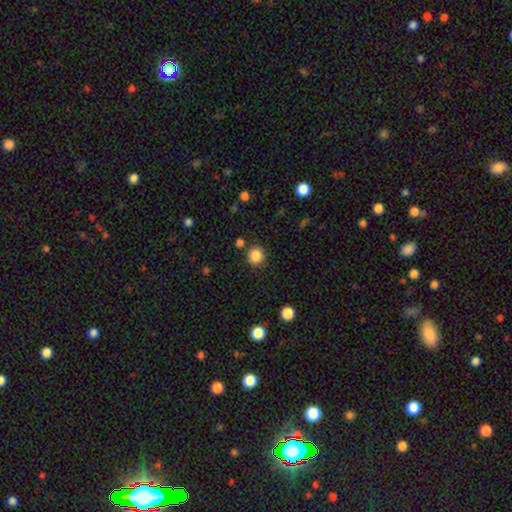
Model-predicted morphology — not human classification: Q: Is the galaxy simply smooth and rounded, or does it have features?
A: smooth — 86%.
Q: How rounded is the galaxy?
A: round — 91%.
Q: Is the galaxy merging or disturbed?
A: none — 85%.